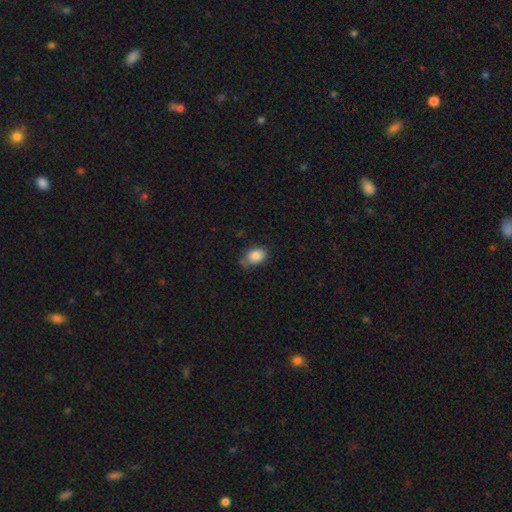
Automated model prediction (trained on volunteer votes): This is clearly a smooth galaxy (86%). How rounded: likely in between (69%). Merging: likely none (61%).